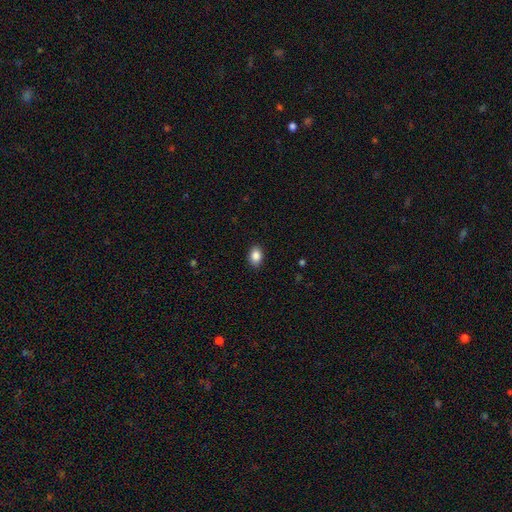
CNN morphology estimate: Smooth or featured? Predicted: smooth (p=0.87). How rounded? Predicted: in between (p=0.79). Merging? Predicted: none (p=0.89).